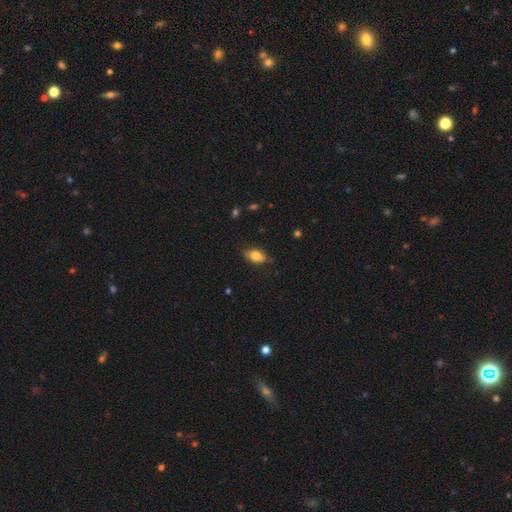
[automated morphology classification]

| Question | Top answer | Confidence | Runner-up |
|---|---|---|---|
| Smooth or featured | smooth | 79% | featured or disk (14%) |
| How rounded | in between | 88% | round (8%) |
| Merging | none | 78% | minor disturbance (18%) |